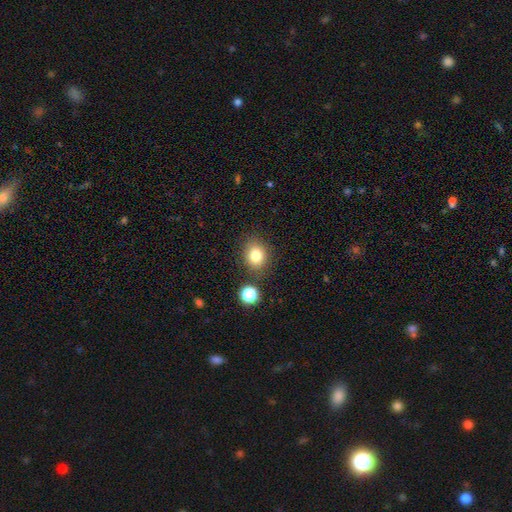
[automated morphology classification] smooth_or_featured: smooth (p=0.80) [alt: star or artifact p=0.13]
how_rounded: round (p=0.68) [alt: in between p=0.31]
merging: none (p=0.82) [alt: minor disturbance p=0.10]